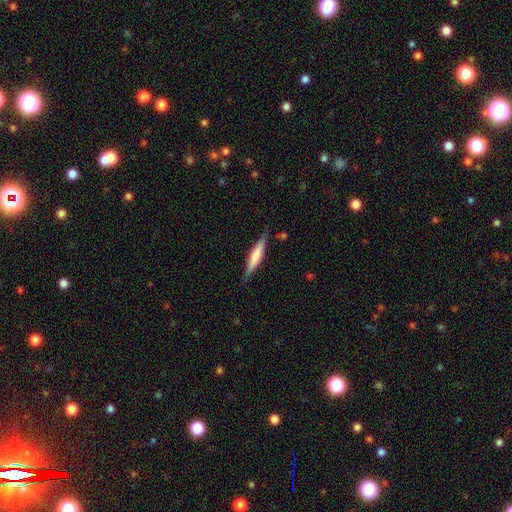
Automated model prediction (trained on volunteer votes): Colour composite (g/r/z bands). It shows a smooth galaxy with no disk features (49%). Merging: none (84%).